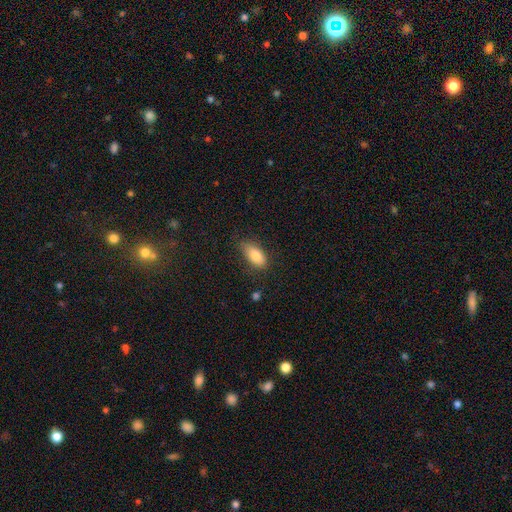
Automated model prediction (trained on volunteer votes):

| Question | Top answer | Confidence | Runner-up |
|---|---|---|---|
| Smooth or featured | smooth | 83% | featured or disk (10%) |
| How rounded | in between | 87% | cigar-shaped (9%) |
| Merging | none | 73% | minor disturbance (21%) |